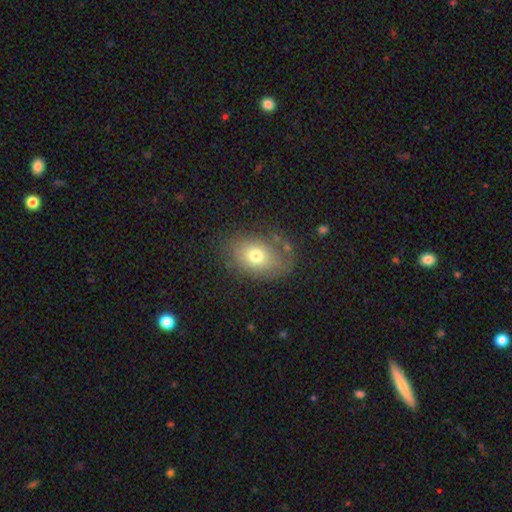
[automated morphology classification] A smooth galaxy with no disk features (68%) that is in between round and cigar-shaped (75%). Merging: none (67%).